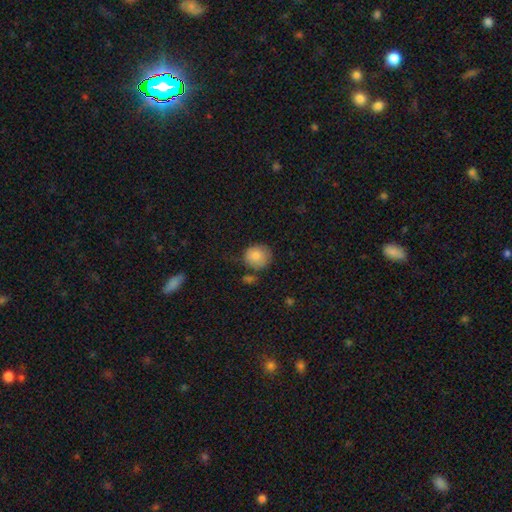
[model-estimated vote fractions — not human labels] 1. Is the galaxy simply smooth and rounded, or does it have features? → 81% smooth, 10% featured or disk, 8% star or artifact.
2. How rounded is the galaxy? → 86% round, 13% in between, 1% cigar-shaped.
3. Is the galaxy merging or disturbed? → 65% none, 22% minor disturbance, 8% merger, 6% major disturbance.